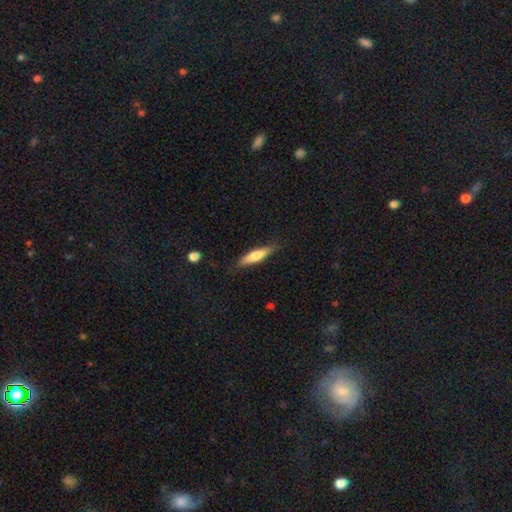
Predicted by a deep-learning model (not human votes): Q: Smooth or featured?
A: smooth (65%); runner-up: featured or disk (30%)
Q: How rounded?
A: cigar-shaped (75%); runner-up: in between (23%)
Q: Merging?
A: none (82%); runner-up: minor disturbance (14%)